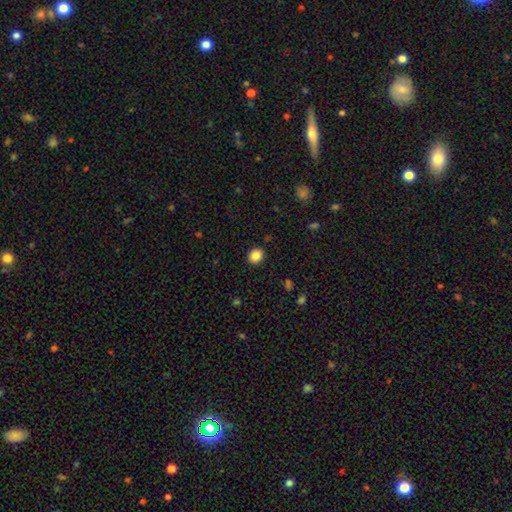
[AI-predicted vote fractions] The model was most divided on "how rounded": round: 73%, in between: 26%, cigar-shaped: 1%. More confident: merging — none (90%); smooth or featured — smooth (85%).